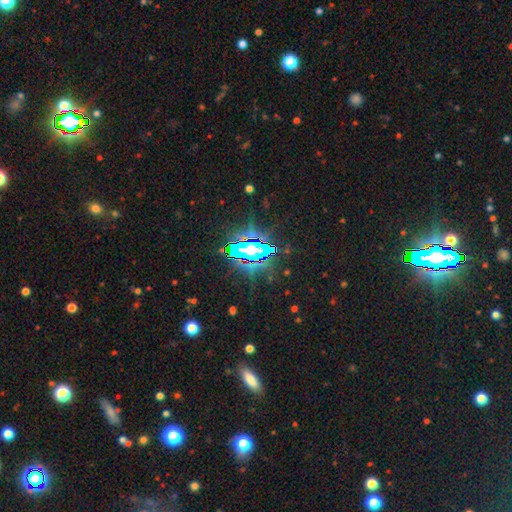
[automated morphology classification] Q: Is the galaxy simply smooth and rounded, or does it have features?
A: star or artifact — 75%.